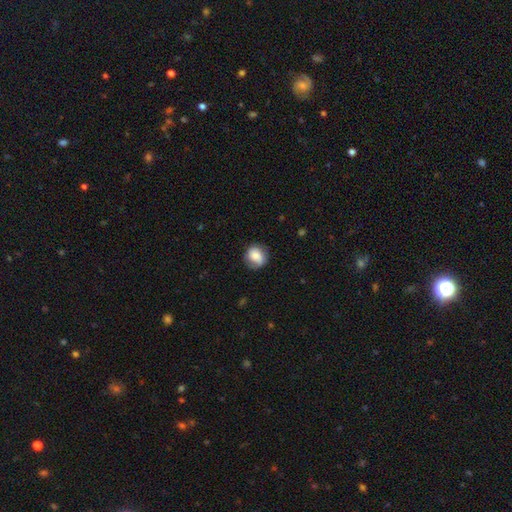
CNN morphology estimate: A smooth galaxy with no disk features (73%) that is round (73%). Merging: none (66%).